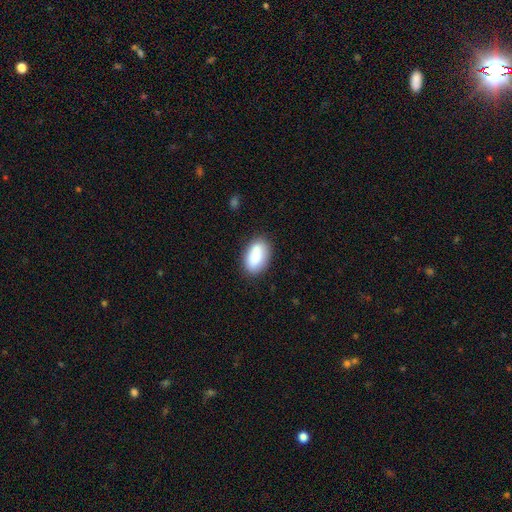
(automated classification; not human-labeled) A smooth galaxy with no disk features (87%) that is in between round and cigar-shaped (92%). Merging: none (82%).